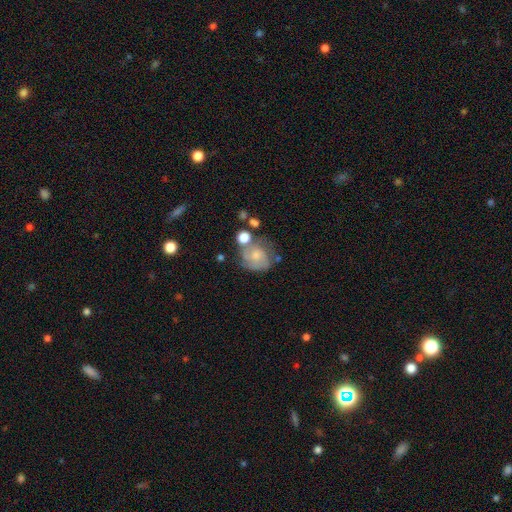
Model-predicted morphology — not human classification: smooth-or-featured: featured or disk: 47% | smooth: 44% | star or artifact: 9%
  merging: none: 43% | minor disturbance: 24% | major disturbance: 17% | merger: 16%